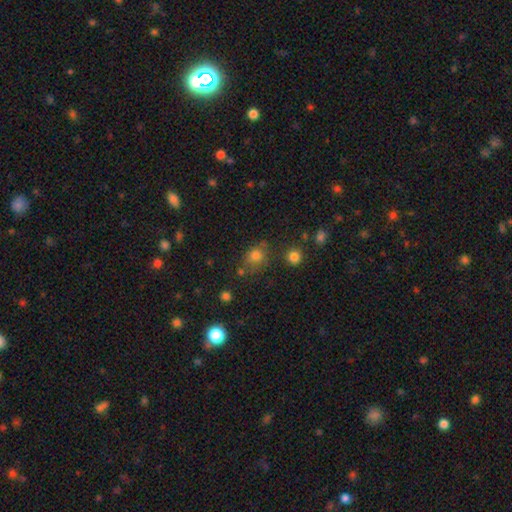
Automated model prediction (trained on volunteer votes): Smooth or featured? Predicted: smooth (p=0.76). How rounded? Predicted: round (p=0.70). Merging? Predicted: none (p=0.66).